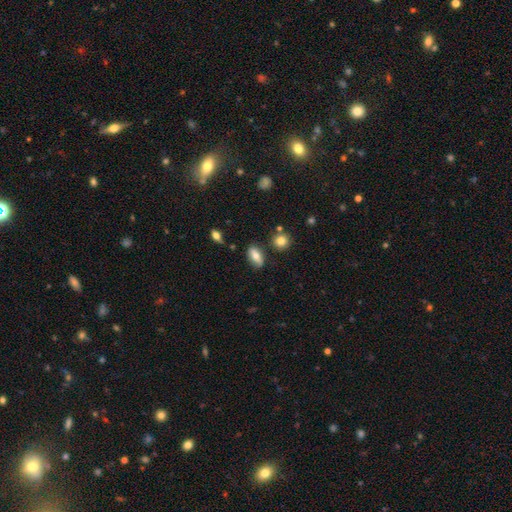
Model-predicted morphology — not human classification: Smooth or featured: smooth — 70% (featured or disk — 21%)
How rounded: in between — 82% (cigar-shaped — 9%)
Merging: none — 80% (minor disturbance — 13%)